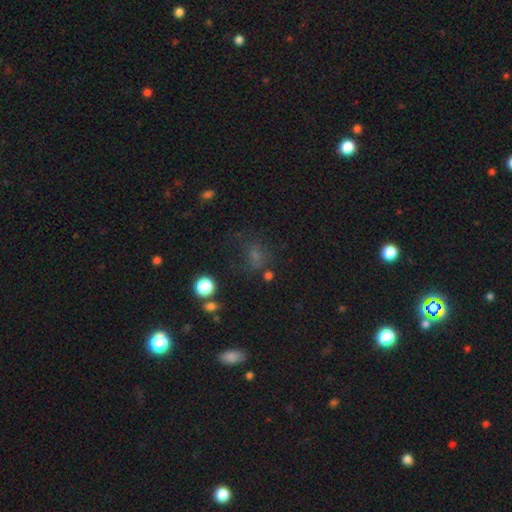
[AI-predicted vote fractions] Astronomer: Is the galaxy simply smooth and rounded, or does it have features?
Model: smooth — 57%.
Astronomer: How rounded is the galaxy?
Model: round — 51% (runner-up: in between, 47%).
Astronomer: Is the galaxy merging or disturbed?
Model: none — 54%.